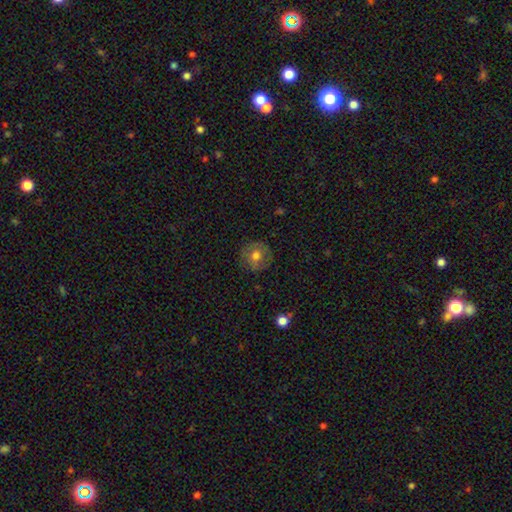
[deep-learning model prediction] Overall: smooth (63%; featured or disk 27%). How rounded: round (92%). Merging: none (82%).